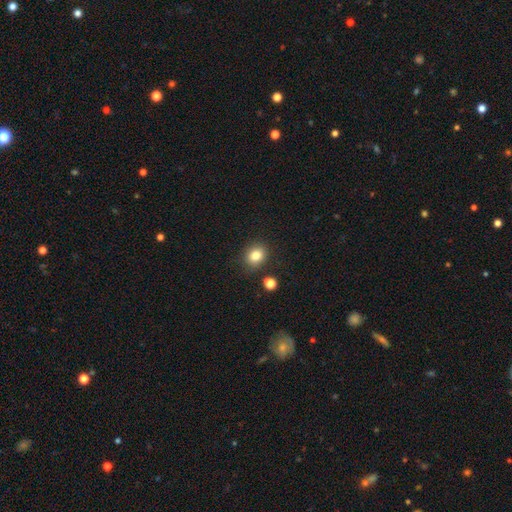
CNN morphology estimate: Smooth or featured?
  - smooth: 83% *
  - star or artifact: 11%
  - featured or disk: 6%
How rounded?
  - round: 63% *
  - in between: 36%
  - cigar-shaped: 1%
Merging?
  - none: 84% *
  - minor disturbance: 9%
  - merger: 4%
  - major disturbance: 3%